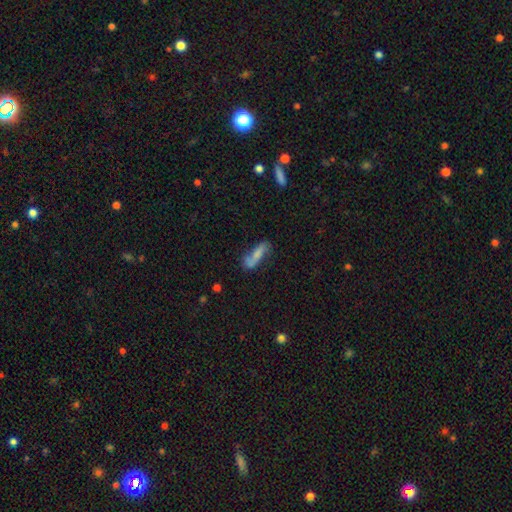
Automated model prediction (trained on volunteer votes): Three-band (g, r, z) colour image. It shows a smooth galaxy with no disk features (57%) that is cigar-shaped (58%). Merging: none (50%).